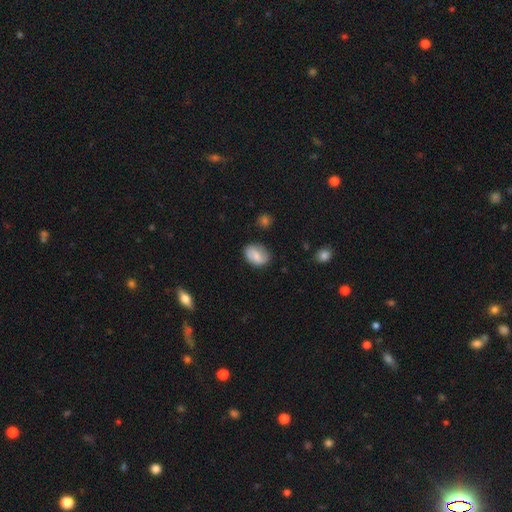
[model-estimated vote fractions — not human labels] smooth-or-featured: smooth: 66% | featured or disk: 26% | star or artifact: 8%
  how-rounded: in between: 76% | round: 22% | cigar-shaped: 1%
  merging: none: 72% | minor disturbance: 21% | major disturbance: 5% | merger: 2%